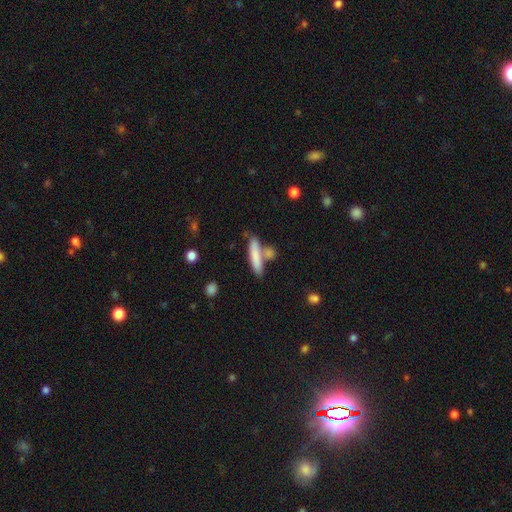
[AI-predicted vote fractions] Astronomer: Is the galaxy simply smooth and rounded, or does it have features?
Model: smooth — 79%.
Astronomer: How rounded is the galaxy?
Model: cigar-shaped — 80%.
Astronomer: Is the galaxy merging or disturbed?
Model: none — 61%.